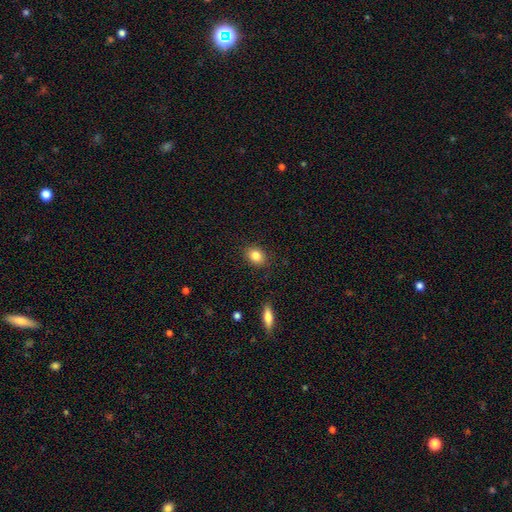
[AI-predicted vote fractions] A smooth galaxy with no disk features (84%) that is in between round and cigar-shaped (55%).

Vote fractions:
- Smooth or featured? smooth: 84% / star or artifact: 9% / featured or disk: 7%
- How rounded? in between: 55% / round: 43% / cigar-shaped: 1%
- Merging? none: 87% / minor disturbance: 9% / major disturbance: 2% / merger: 1%